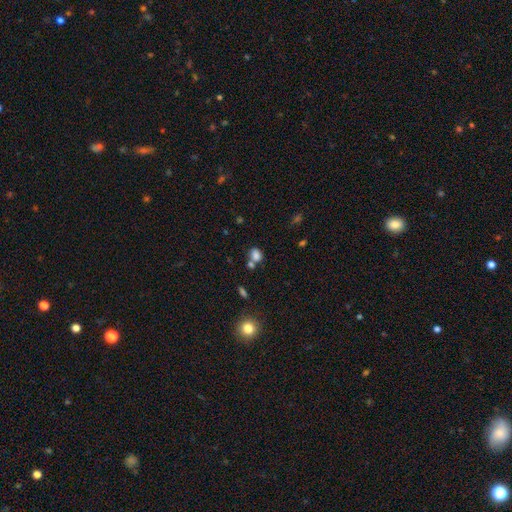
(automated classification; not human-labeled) Smooth or featured? Predicted: smooth (p=0.79). How rounded? Predicted: in between (p=0.61). Merging? Predicted: none (p=0.50).